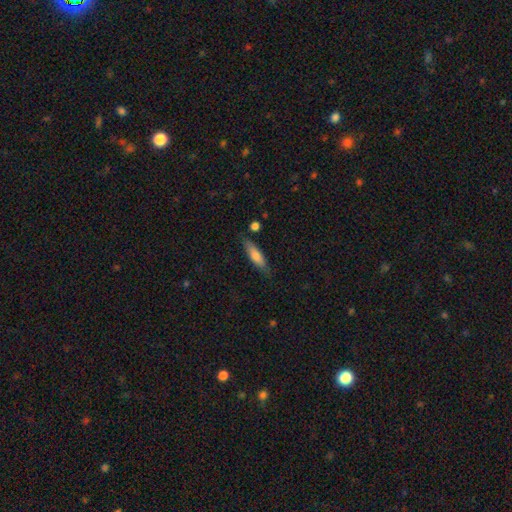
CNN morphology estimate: Overall: smooth (75%). How rounded: cigar-shaped (64%; in between 34%). Merging: none (78%).